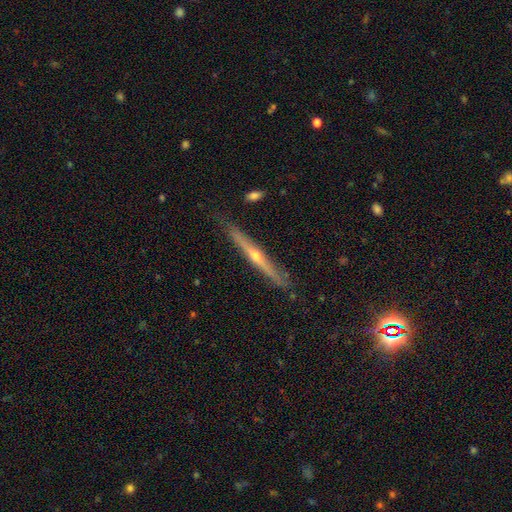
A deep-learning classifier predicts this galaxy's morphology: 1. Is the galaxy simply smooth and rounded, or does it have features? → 76% featured or disk, 18% smooth, 6% star or artifact.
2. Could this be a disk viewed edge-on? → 97% yes, 3% no.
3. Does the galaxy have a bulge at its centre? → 85% rounded, 13% none, 2% boxy.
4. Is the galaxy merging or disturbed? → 84% none, 12% minor disturbance, 2% major disturbance, 2% merger.